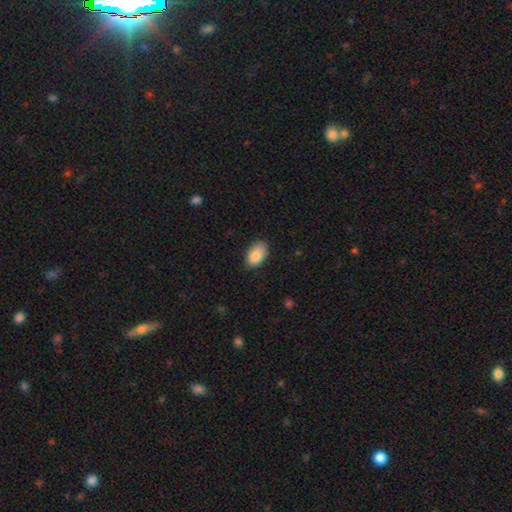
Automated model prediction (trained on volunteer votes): A smooth galaxy with no disk features (87%) that is in between round and cigar-shaped (92%). Merging: none (80%).